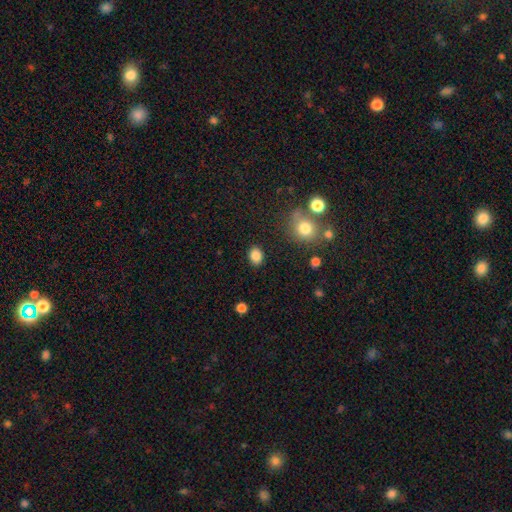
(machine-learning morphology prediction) Overall: smooth (85%). How rounded: in between (53%; round 46%). Merging: none (88%).